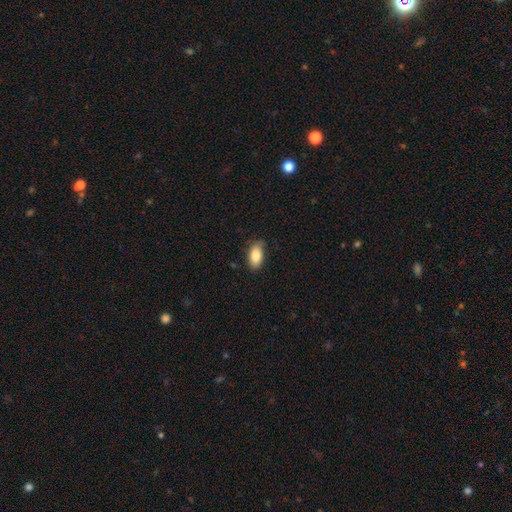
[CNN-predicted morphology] smooth 85%, featured or disk 9%, star or artifact 7%. Down the decision tree: how rounded — in between (93%); merging — none (78%).